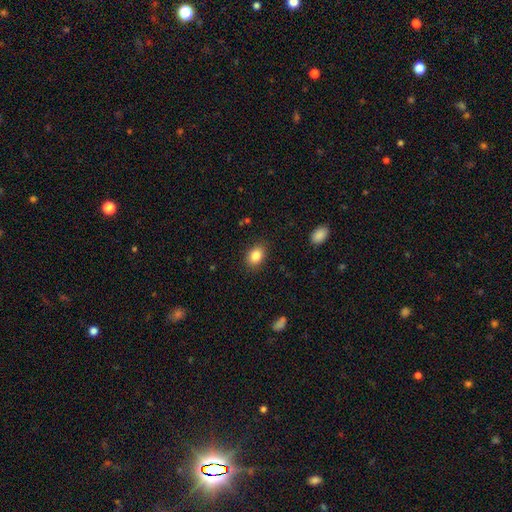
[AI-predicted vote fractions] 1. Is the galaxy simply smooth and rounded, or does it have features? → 85% smooth, 9% star or artifact, 6% featured or disk.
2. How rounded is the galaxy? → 73% in between, 26% round, 1% cigar-shaped.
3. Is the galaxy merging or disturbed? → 85% none, 11% minor disturbance, 3% major disturbance, 1% merger.